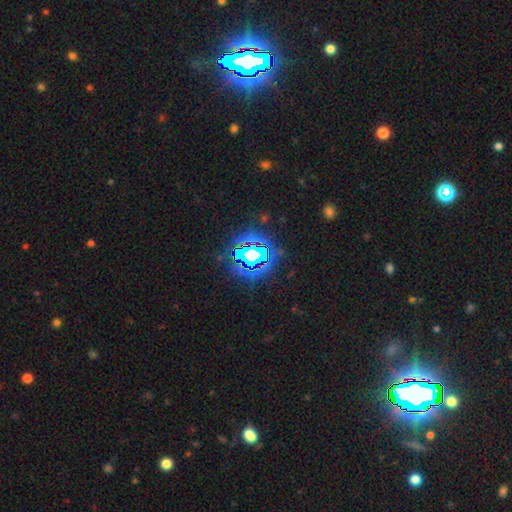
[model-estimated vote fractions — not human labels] This is likely a star or artifact rather than a galaxy (79%).